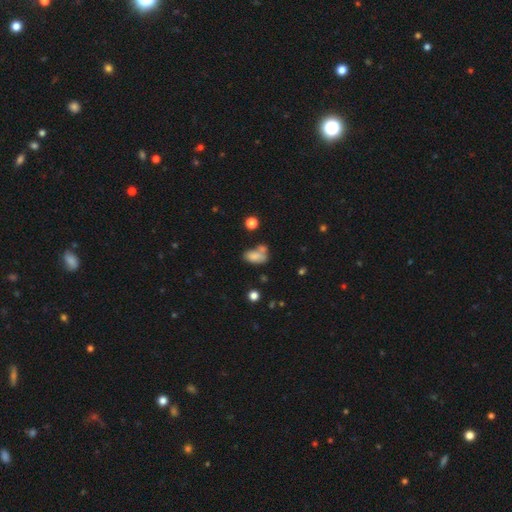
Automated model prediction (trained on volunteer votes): A smooth galaxy with no disk features (74%) that is in between round and cigar-shaped (88%).

Vote fractions:
- Smooth or featured? smooth: 74% / featured or disk: 15% / star or artifact: 11%
- How rounded? in between: 88% / round: 9% / cigar-shaped: 3%
- Merging? merger: 36% / none: 34% / minor disturbance: 19% / major disturbance: 11%